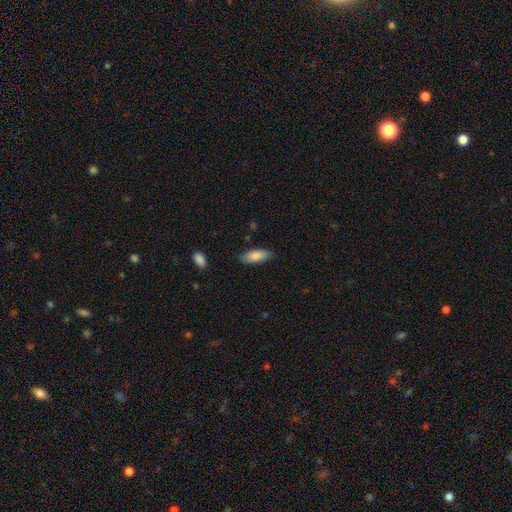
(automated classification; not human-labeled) Smooth or featured? Predicted: smooth (p=0.85). How rounded? Predicted: in between (p=0.75). Merging? Predicted: none (p=0.82).